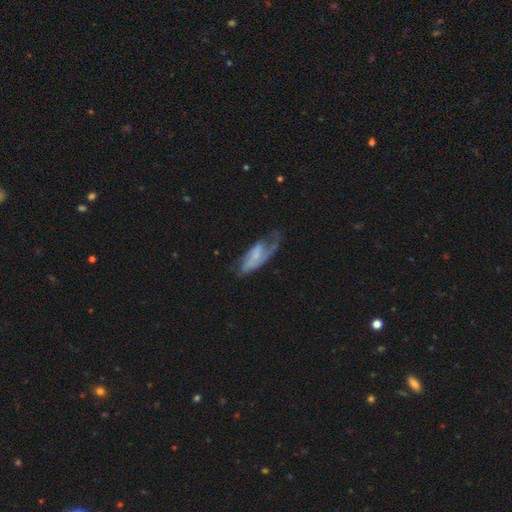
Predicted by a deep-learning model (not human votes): This is possibly a featured or disk galaxy (59%). It is clearly not viewed edge-on (89%). Bar: possibly no (56%). Spiral arm pattern: likely yes (76%). Central bulge: marginally small (41%). Merging: marginally none (39%).